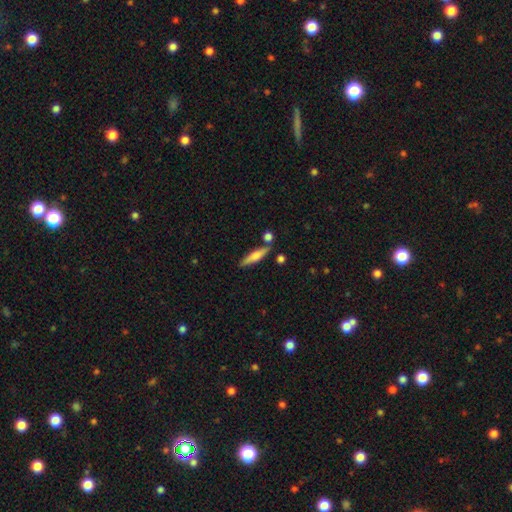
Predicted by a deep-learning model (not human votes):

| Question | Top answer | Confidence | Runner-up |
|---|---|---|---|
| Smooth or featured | smooth | 60% | featured or disk (34%) |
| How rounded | cigar-shaped | 82% | in between (16%) |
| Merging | none | 77% | minor disturbance (12%) |